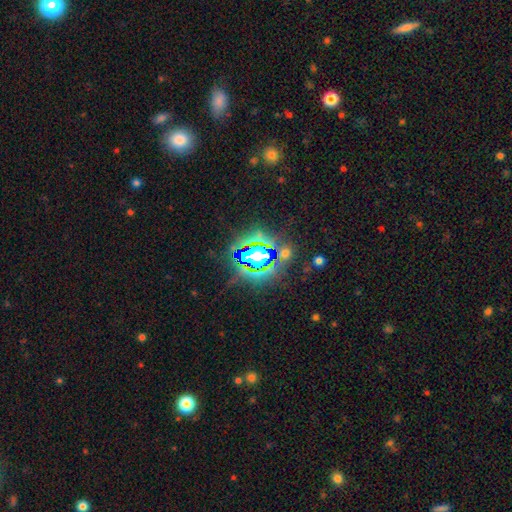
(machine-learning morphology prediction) Smooth or featured: star or artifact — 73% (smooth — 15%)